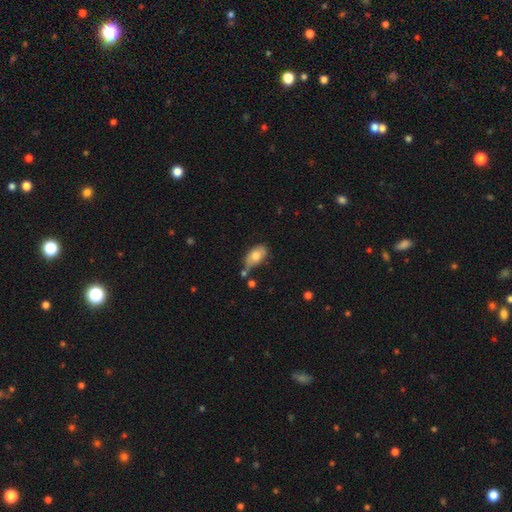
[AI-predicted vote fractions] smooth_or_featured: smooth (p=0.73) [alt: featured or disk p=0.20]
how_rounded: in between (p=0.90) [alt: round p=0.07]
merging: none (p=0.43) [alt: minor disturbance p=0.30]